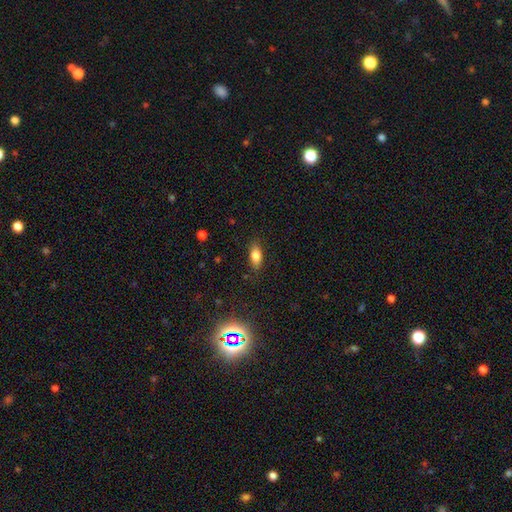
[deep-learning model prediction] Smooth or featured?
  - smooth: 78% *
  - featured or disk: 12%
  - star or artifact: 10%
How rounded?
  - in between: 83% *
  - cigar-shaped: 12%
  - round: 4%
Merging?
  - none: 85% *
  - minor disturbance: 11%
  - major disturbance: 3%
  - merger: 1%